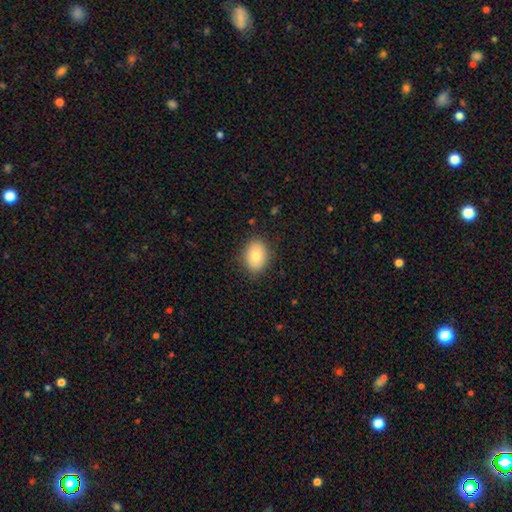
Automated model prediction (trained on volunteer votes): The model was most divided on "how rounded": in between: 61%, round: 38%, cigar-shaped: 1%. More confident: merging — none (85%); smooth or featured — smooth (80%).